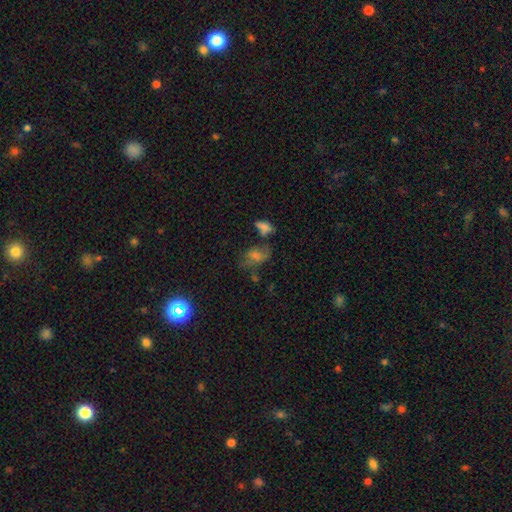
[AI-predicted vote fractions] Smooth or featured: smooth — 47% (featured or disk — 28%)
Merging: none — 48% (minor disturbance — 20%)